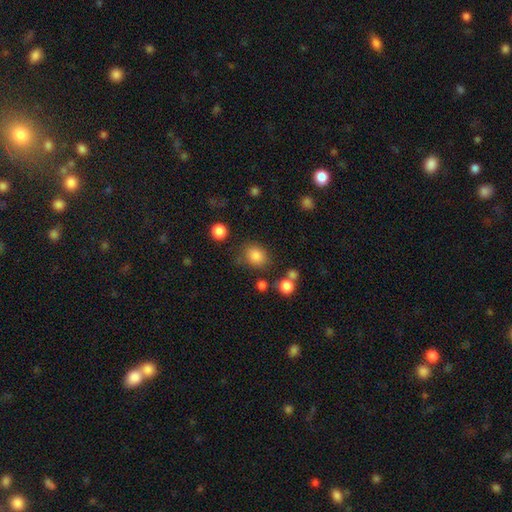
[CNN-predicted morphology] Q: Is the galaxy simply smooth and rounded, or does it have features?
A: smooth — 83%.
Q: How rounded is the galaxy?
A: round — 62%.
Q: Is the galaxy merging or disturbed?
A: none — 70%.